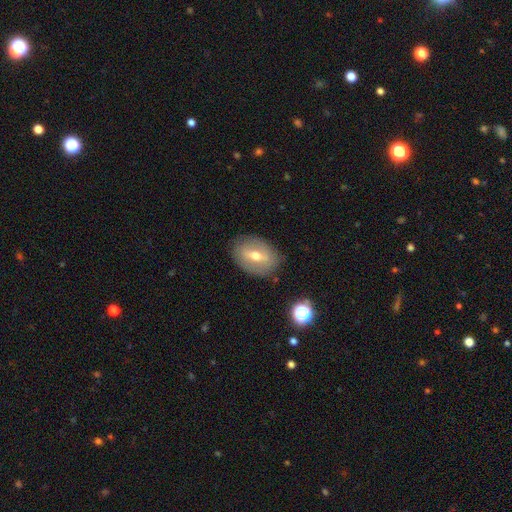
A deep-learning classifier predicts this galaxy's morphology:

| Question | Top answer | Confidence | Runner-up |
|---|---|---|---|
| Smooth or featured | featured or disk | 49% | smooth (42%) |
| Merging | none | 82% | minor disturbance (12%) |